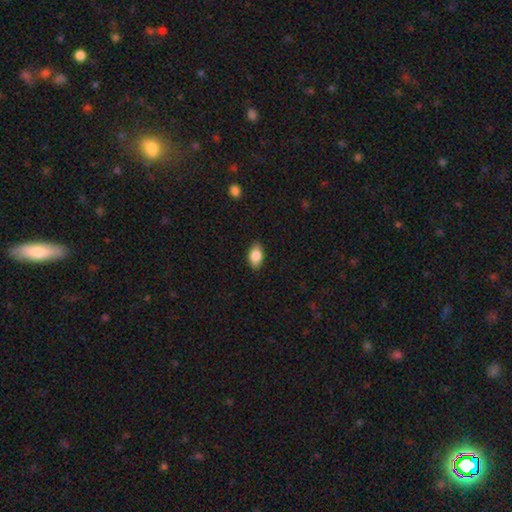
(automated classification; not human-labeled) Morphology: type=smooth (83%); roundness=in between (90%); merging=none (87%).